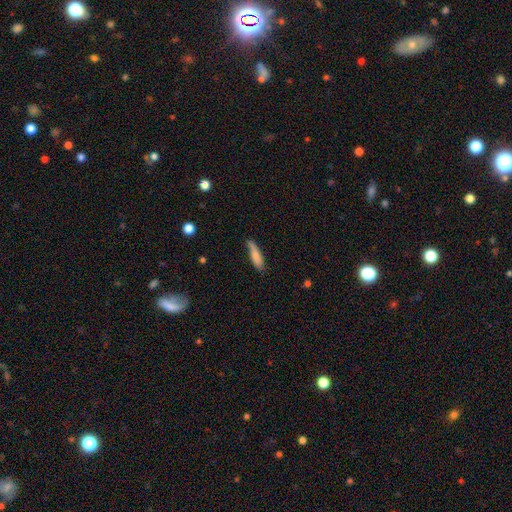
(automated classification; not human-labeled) Morphology: type=smooth (77%); roundness=cigar-shaped (72%); merging=none (67%).